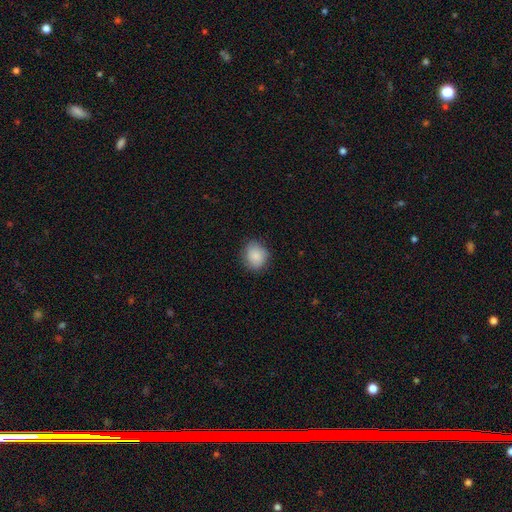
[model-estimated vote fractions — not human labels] The model was most divided on "how rounded": round: 69%, in between: 30%, cigar-shaped: 1%. More confident: smooth or featured — smooth (88%); merging — none (82%).